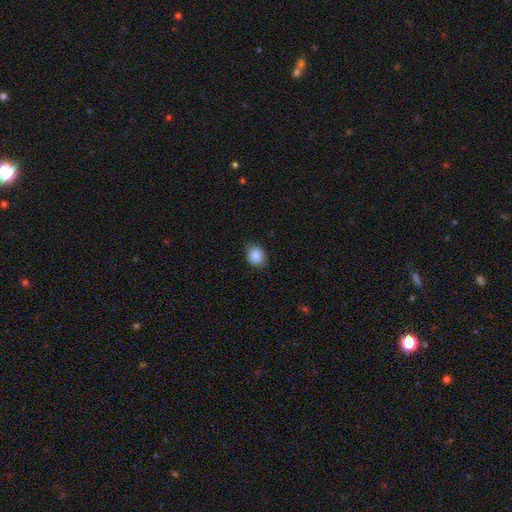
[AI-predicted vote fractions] Overall: smooth (88%). How rounded: round (50%; in between 49%). Merging: none (81%).